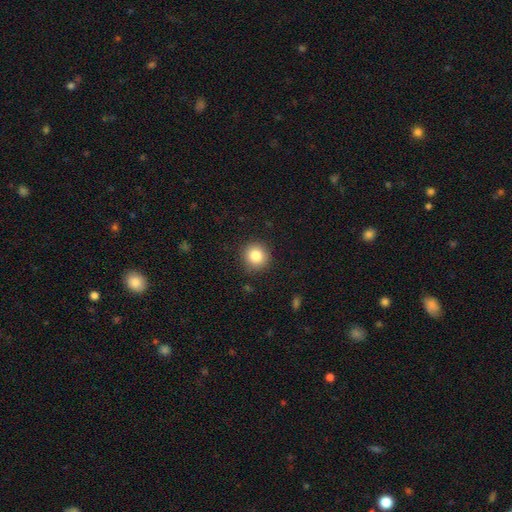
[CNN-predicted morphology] smooth_or_featured: smooth (p=0.84) [alt: star or artifact p=0.10]
how_rounded: round (p=0.92) [alt: in between p=0.07]
merging: none (p=0.89) [alt: minor disturbance p=0.07]